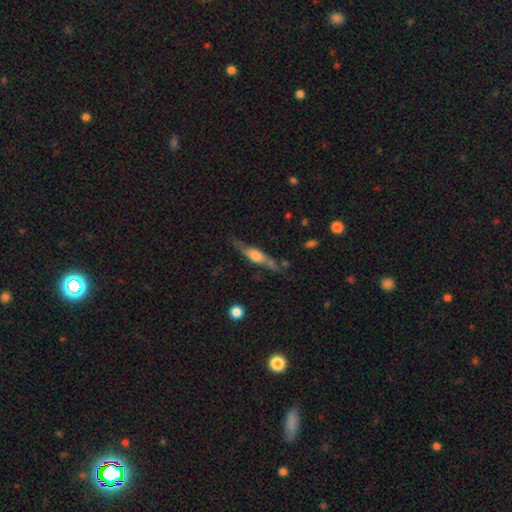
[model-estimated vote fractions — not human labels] Smooth or featured: featured or disk — 64% (smooth — 30%)
Edge-on disk: yes — 89% (no — 11%)
Edge-on bulge: rounded — 73% (boxy — 20%)
Merging: none — 70% (minor disturbance — 20%)